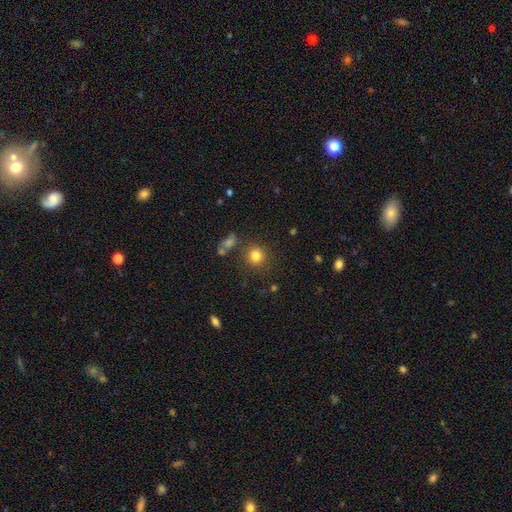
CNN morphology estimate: smooth 81%, star or artifact 13%, featured or disk 7%. Down the decision tree: how rounded — round (89%); merging — none (82%).